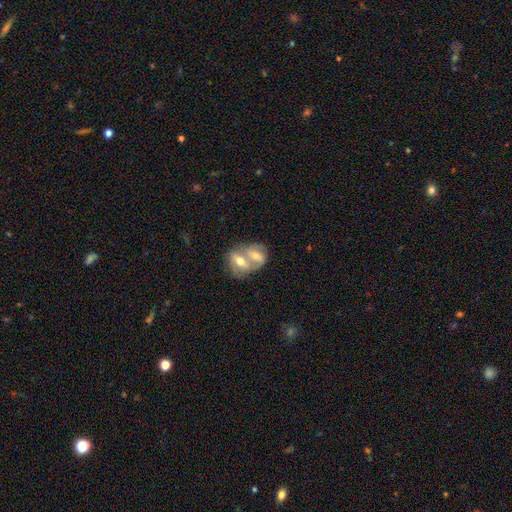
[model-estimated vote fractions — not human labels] smooth-or-featured: featured or disk: 47% | smooth: 46% | star or artifact: 7%
  merging: merger: 75% | none: 16% | minor disturbance: 5% | major disturbance: 3%